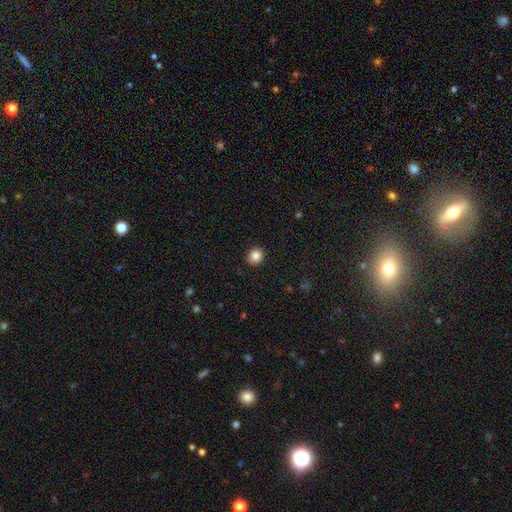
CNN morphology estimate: Smooth or featured? smooth (85%)
How rounded? round (84%)
Merging? none (89%)